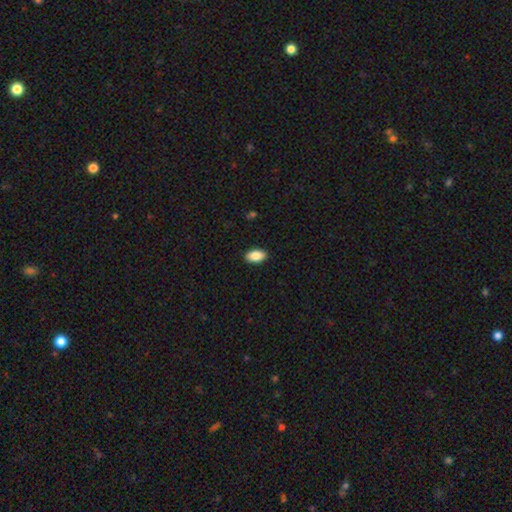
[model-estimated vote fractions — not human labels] smooth 88%, star or artifact 7%, featured or disk 5%. Down the decision tree: how rounded — in between (93%); merging — none (90%).